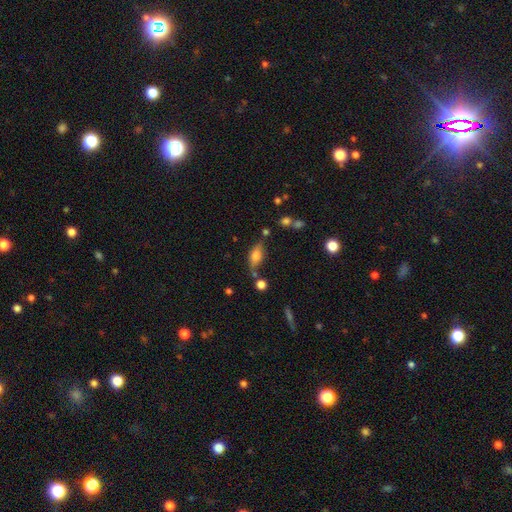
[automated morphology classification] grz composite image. It shows a smooth galaxy with no disk features (64%) that is in between round and cigar-shaped (77%). Merging: none (66%).